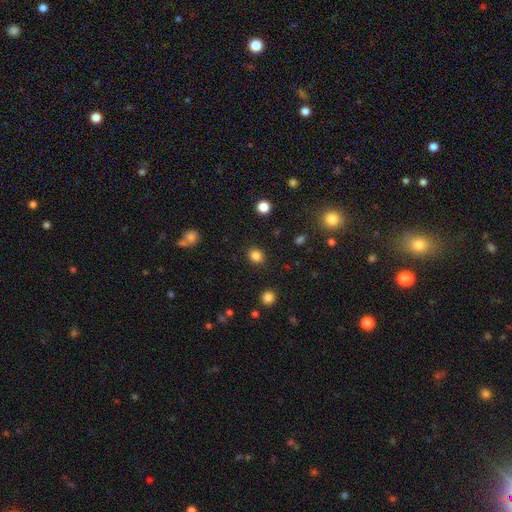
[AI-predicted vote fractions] smooth 84%, star or artifact 12%, featured or disk 5%. Down the decision tree: how rounded — round (65%); merging — none (88%).